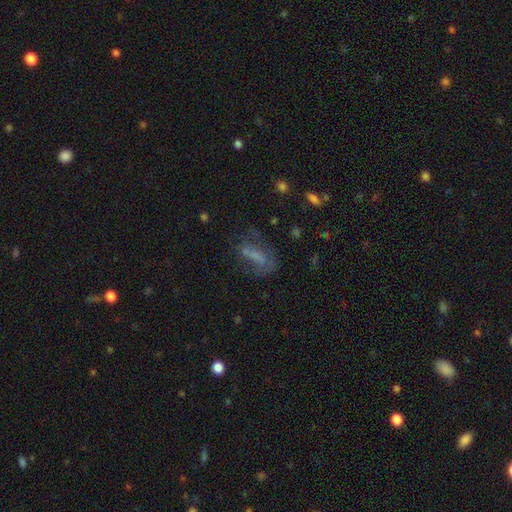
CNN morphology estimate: smooth 46%, featured or disk 35%, star or artifact 19%. Down the decision tree: merging — none (46%).